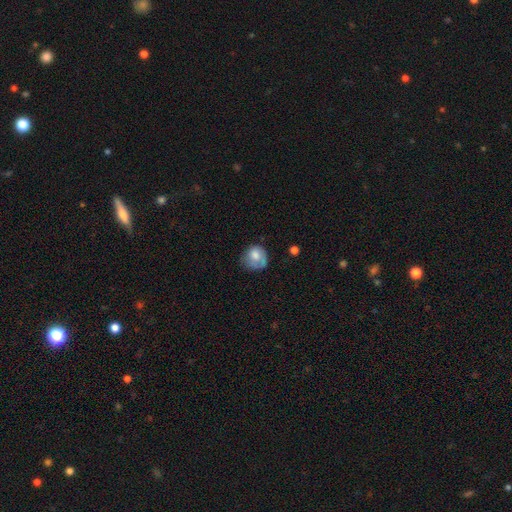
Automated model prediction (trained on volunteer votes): Morphology: type=smooth (72%); roundness=round (80%); merging=none (50%).